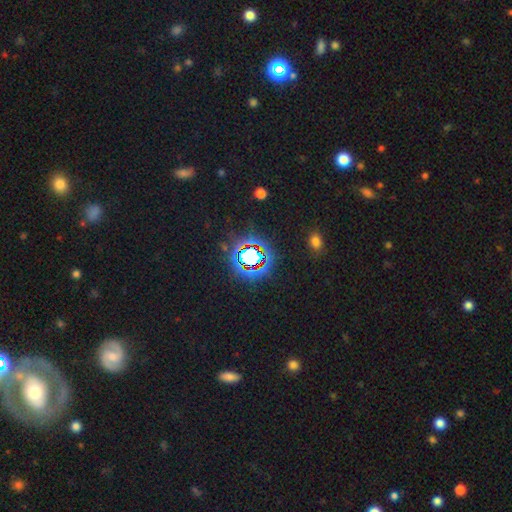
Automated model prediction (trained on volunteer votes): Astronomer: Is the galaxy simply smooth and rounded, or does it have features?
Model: star or artifact — 77%.